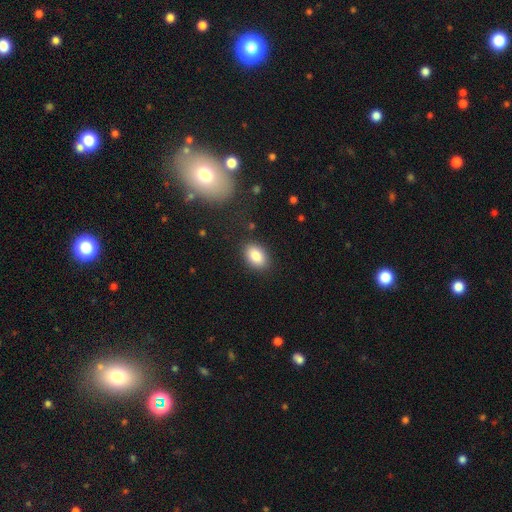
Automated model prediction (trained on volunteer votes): smooth_or_featured: smooth (p=0.87) [alt: star or artifact p=0.08]
how_rounded: in between (p=0.85) [alt: round p=0.13]
merging: none (p=0.86) [alt: minor disturbance p=0.09]